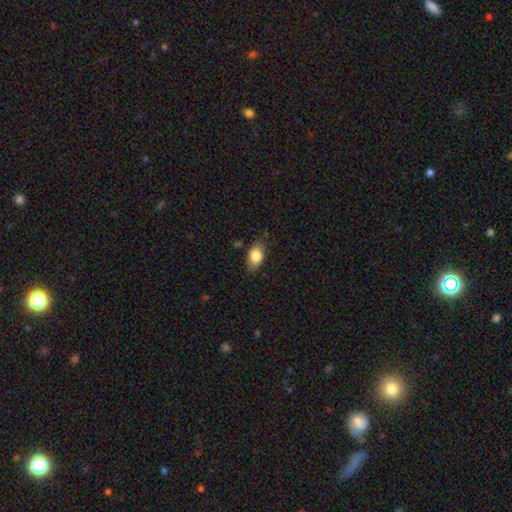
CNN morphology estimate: smooth_or_featured: smooth (p=0.82) [alt: featured or disk p=0.11]
how_rounded: in between (p=0.88) [alt: round p=0.10]
merging: none (p=0.75) [alt: minor disturbance p=0.19]